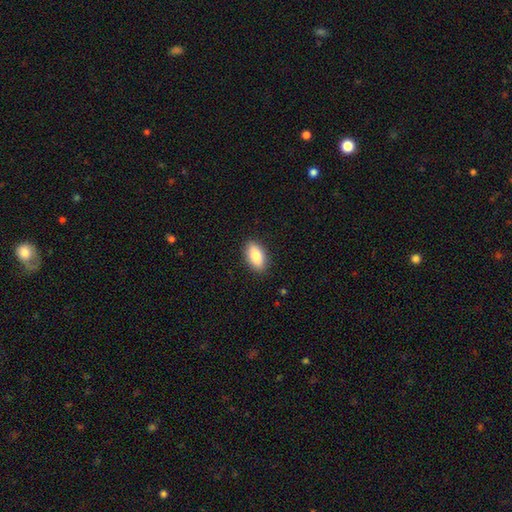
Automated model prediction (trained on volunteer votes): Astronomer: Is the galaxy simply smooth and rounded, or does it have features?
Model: smooth — 84%.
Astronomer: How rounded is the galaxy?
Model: in between — 90%.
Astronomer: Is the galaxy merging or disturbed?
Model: none — 88%.